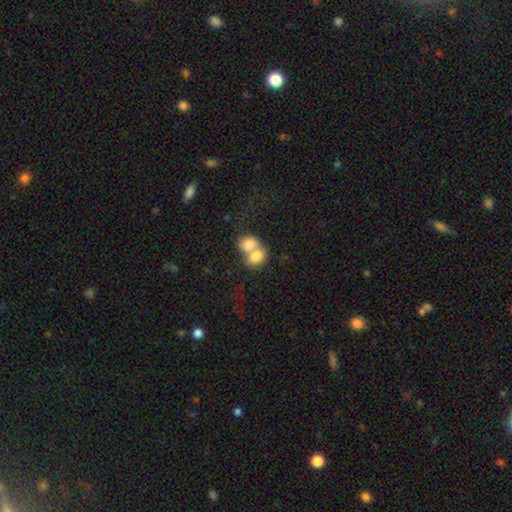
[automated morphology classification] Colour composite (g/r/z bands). It shows a smooth galaxy with no disk features (76%) that is in between round and cigar-shaped (60%). Merging: merger (76%).